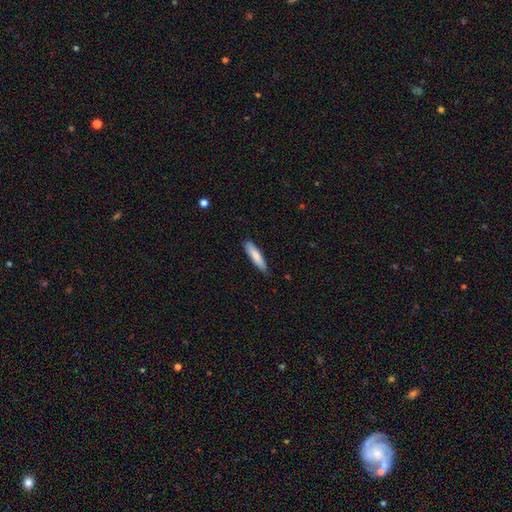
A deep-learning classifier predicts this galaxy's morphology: Overall: smooth (82%). How rounded: cigar-shaped (81%). Merging: none (82%).